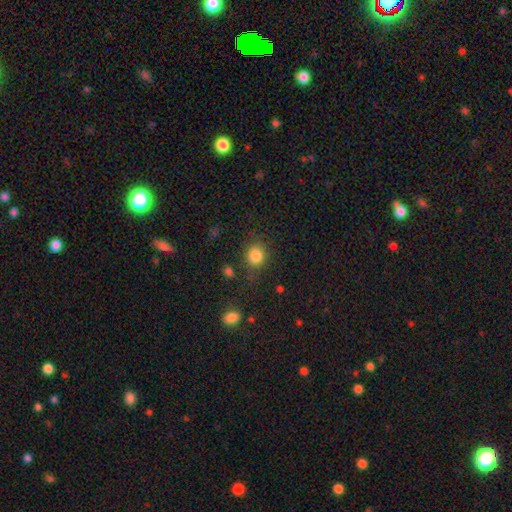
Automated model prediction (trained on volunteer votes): Smooth or featured? Predicted: smooth (p=0.84). How rounded? Predicted: round (p=0.80). Merging? Predicted: none (p=0.79).